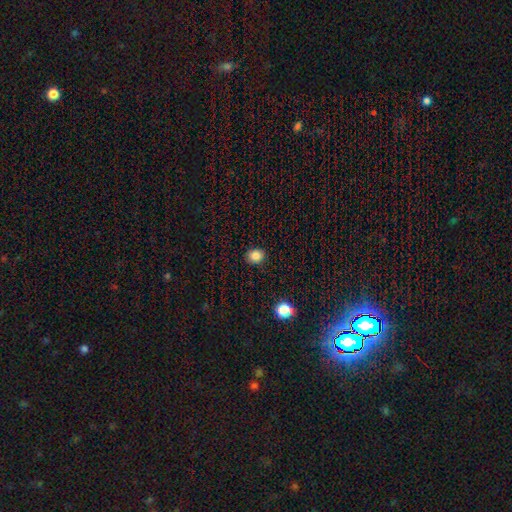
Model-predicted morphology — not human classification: Smooth or featured? Predicted: smooth (p=0.84). How rounded? Predicted: round (p=0.64). Merging? Predicted: none (p=0.90).